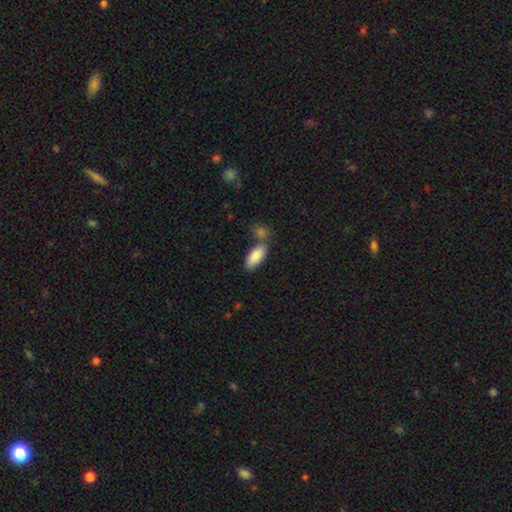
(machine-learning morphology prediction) Smooth or featured? smooth (87%)
How rounded? in between (86%)
Merging? none (59%)